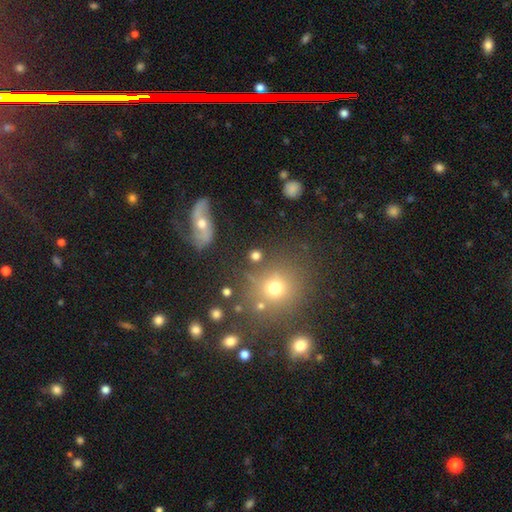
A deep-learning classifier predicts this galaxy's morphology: This appears to be a smooth galaxy with no disk features (69%) that is round (79%). Merging: none (73%).